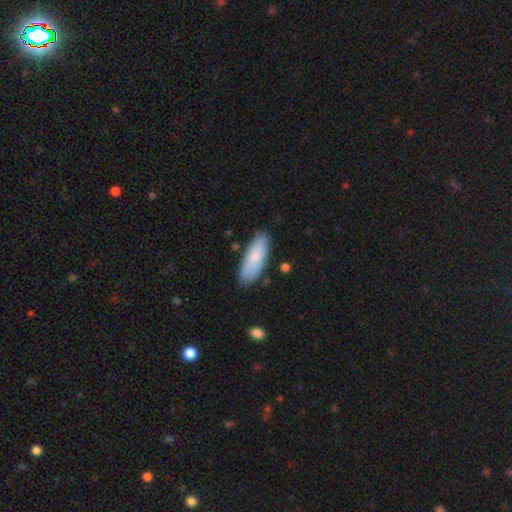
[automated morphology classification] Overall: smooth (77%). How rounded: in between (67%; cigar-shaped 31%). Merging: none (80%).